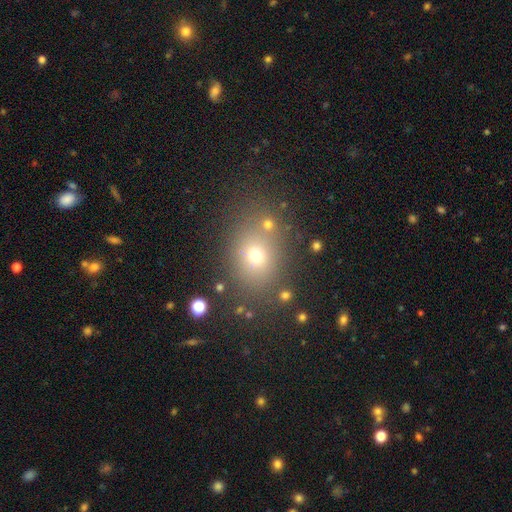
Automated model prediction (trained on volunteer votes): A smooth galaxy with no disk features (65%) that is in between round and cigar-shaped (53%). Merging: none (77%).